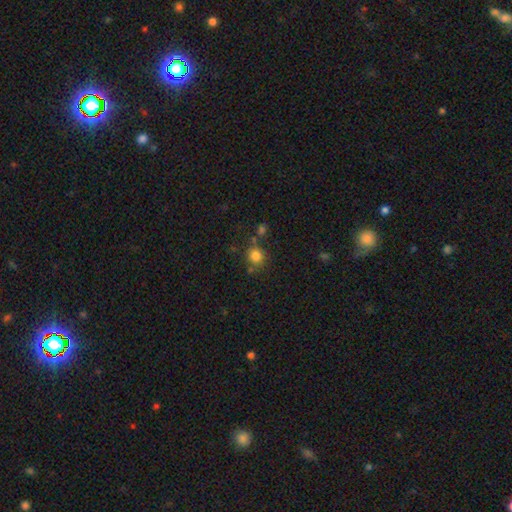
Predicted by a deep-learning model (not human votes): This appears to be a smooth galaxy with no disk features (81%) that is round (89%). Merging: none (73%).